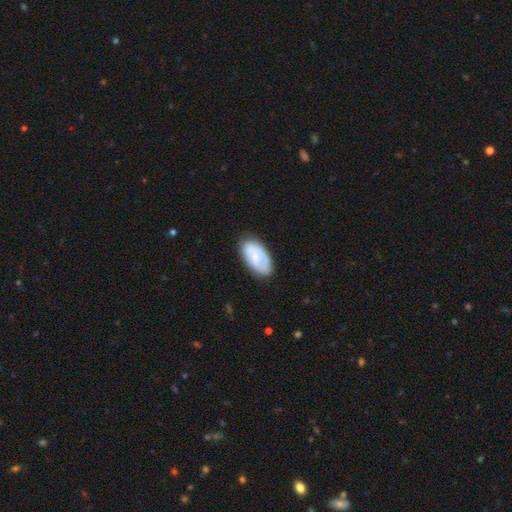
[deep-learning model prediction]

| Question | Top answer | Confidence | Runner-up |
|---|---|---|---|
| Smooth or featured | smooth | 54% | featured or disk (40%) |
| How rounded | in between | 94% | round (4%) |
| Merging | none | 69% | minor disturbance (21%) |